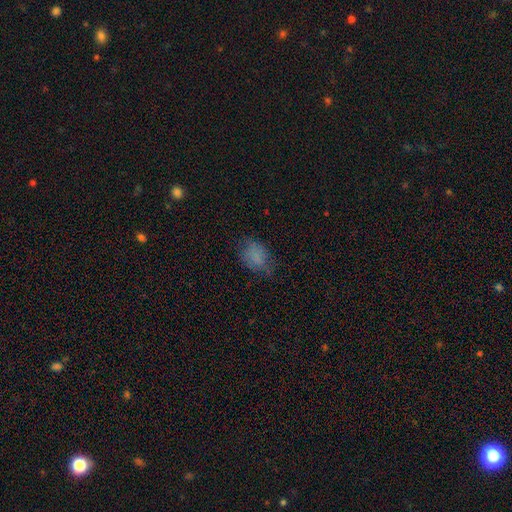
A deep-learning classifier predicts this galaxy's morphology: Smooth or featured? smooth (77%)
How rounded? in between (73%)
Merging? none (62%)